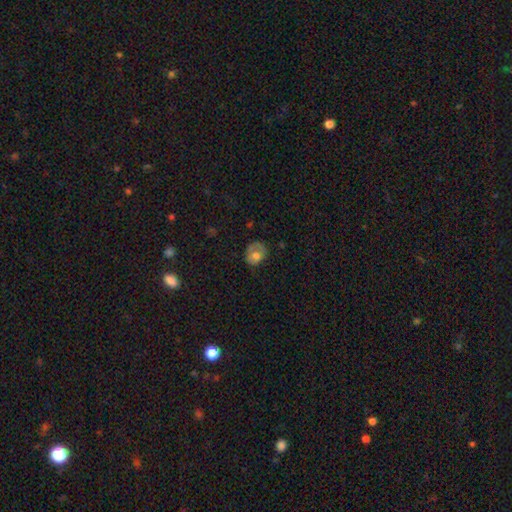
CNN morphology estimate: A smooth galaxy with no disk features (67%) that is round (51%).

Vote fractions:
- Smooth or featured? smooth: 67% / featured or disk: 25% / star or artifact: 8%
- How rounded? round: 51% / in between: 48% / cigar-shaped: 1%
- Merging? none: 46% / minor disturbance: 32% / major disturbance: 19% / merger: 2%